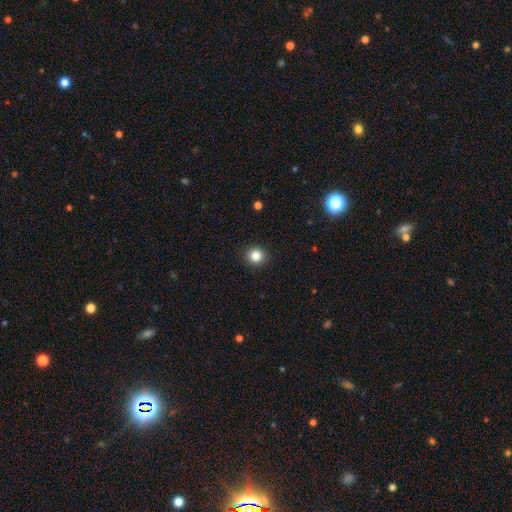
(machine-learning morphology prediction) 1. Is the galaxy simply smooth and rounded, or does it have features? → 83% smooth, 11% star or artifact, 5% featured or disk.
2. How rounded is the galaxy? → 89% round, 11% in between, 1% cigar-shaped.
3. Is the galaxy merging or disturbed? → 93% none, 5% minor disturbance, 2% major disturbance, 1% merger.